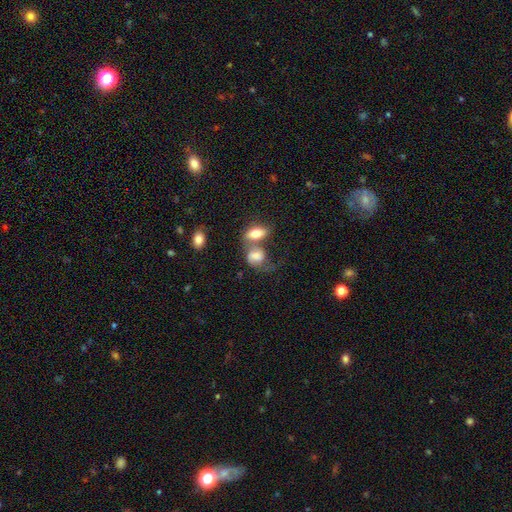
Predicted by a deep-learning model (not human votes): Smooth or featured? smooth (66%)
How rounded? in between (73%)
Merging? merger (51%)